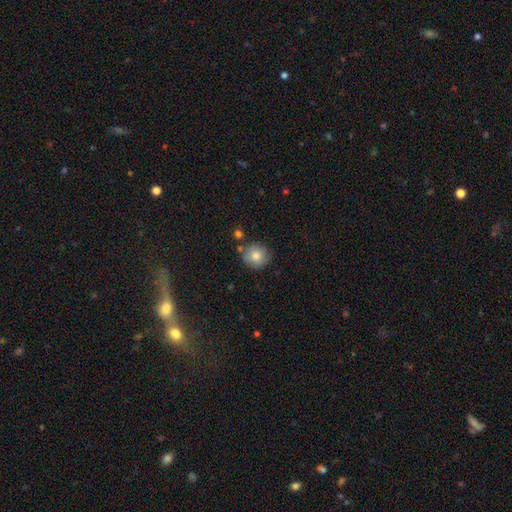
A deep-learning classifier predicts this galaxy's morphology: smooth-or-featured: smooth: 80% | featured or disk: 12% | star or artifact: 9%
  how-rounded: round: 90% | in between: 10% | cigar-shaped: 1%
  merging: none: 77% | minor disturbance: 13% | merger: 7% | major disturbance: 3%